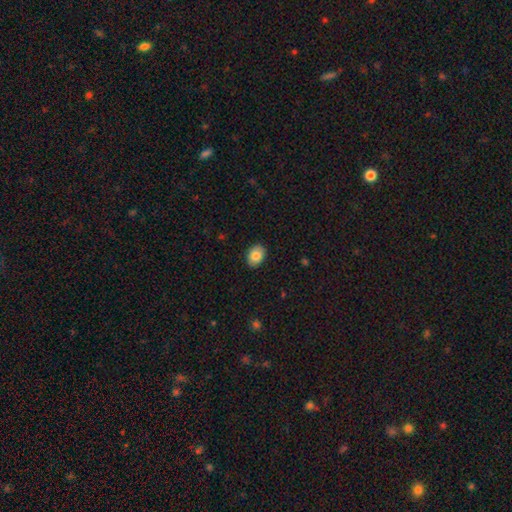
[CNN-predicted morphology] smooth_or_featured: smooth (p=0.84) [alt: featured or disk p=0.09]
how_rounded: in between (p=0.75) [alt: round p=0.24]
merging: none (p=0.89) [alt: minor disturbance p=0.08]